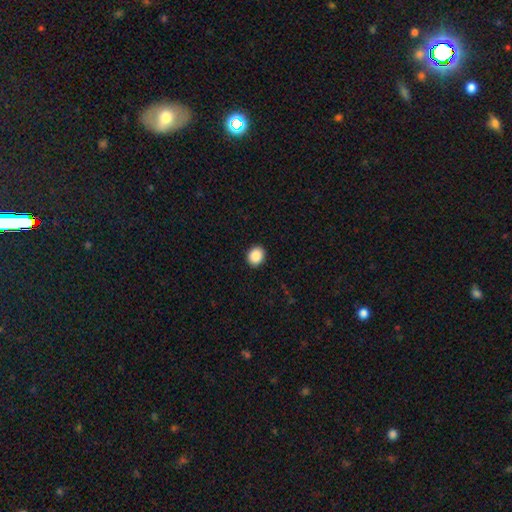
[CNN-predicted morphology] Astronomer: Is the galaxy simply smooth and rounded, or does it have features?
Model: smooth — 90%.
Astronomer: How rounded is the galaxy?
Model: round — 69%.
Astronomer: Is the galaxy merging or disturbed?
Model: none — 92%.